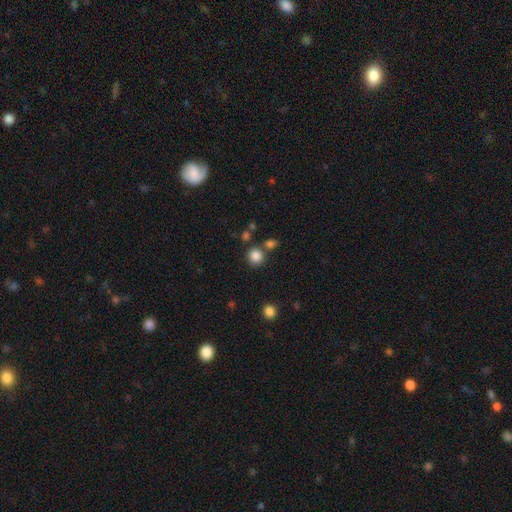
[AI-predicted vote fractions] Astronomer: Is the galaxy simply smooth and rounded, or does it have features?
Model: smooth — 84%.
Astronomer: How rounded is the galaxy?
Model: round — 89%.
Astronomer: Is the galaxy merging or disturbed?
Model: none — 76%.